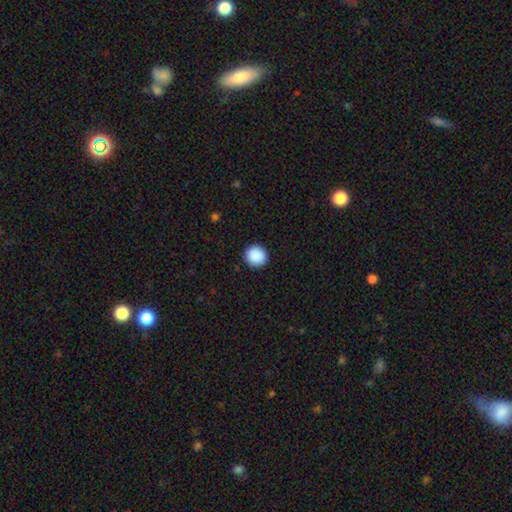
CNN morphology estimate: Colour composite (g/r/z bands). It shows a smooth galaxy with no disk features (90%) that is round (93%). Merging: none (92%).